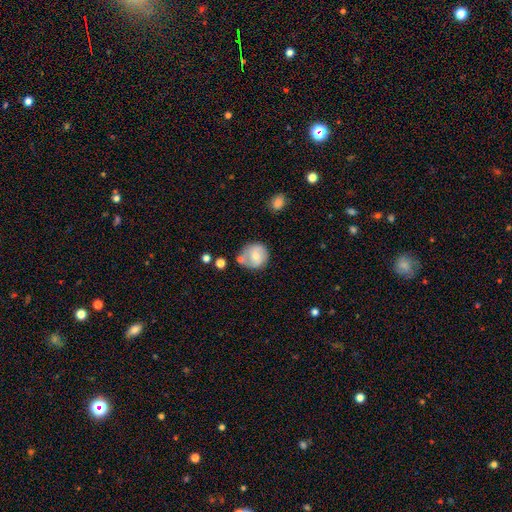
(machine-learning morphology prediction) type=smooth (61%); roundness=round (87%); merging=none (59%).